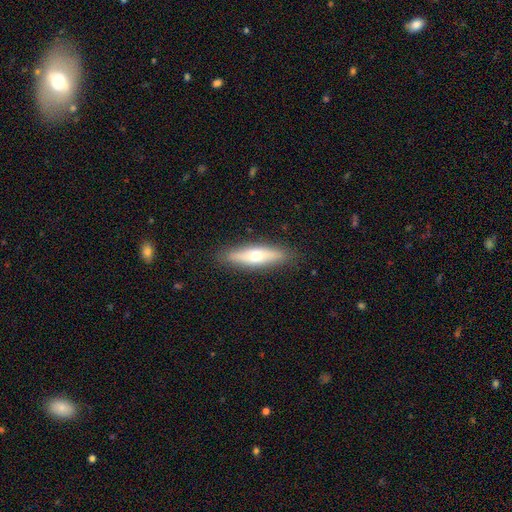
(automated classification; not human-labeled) Smooth or featured? smooth (52%)
How rounded? cigar-shaped (66%)
Merging? none (88%)